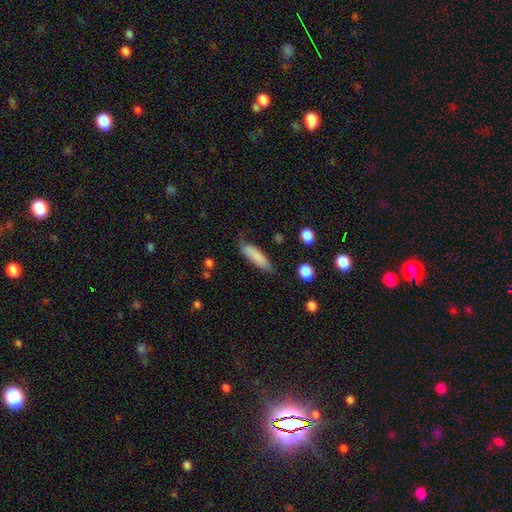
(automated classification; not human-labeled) Overall: smooth (80%). How rounded: cigar-shaped (59%; in between 39%). Merging: none (64%; minor disturbance 26%).